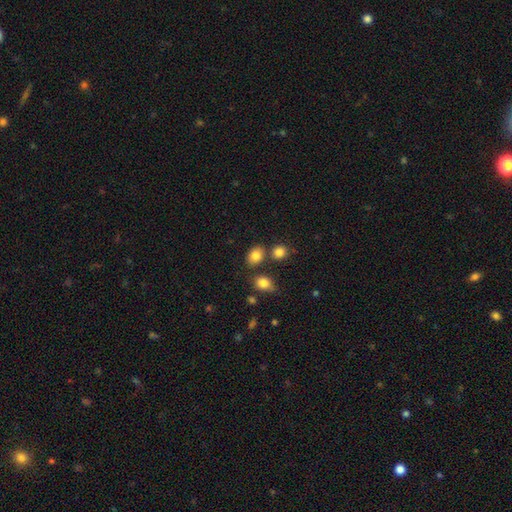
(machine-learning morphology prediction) smooth 82%, star or artifact 10%, featured or disk 7%. Down the decision tree: how rounded — in between (69%); merging — none (72%).